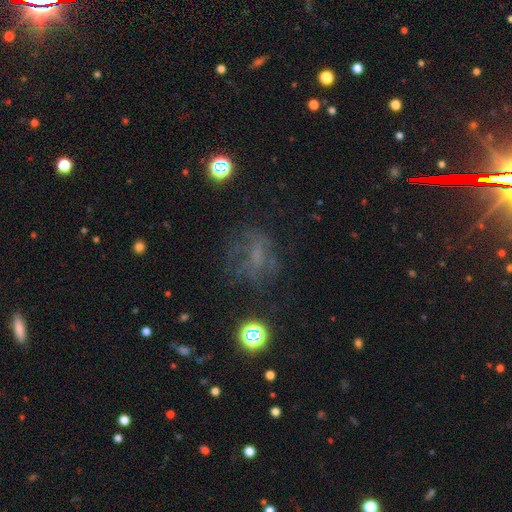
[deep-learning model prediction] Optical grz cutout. It shows a smooth galaxy with no disk features (35%). Merging: none (58%).